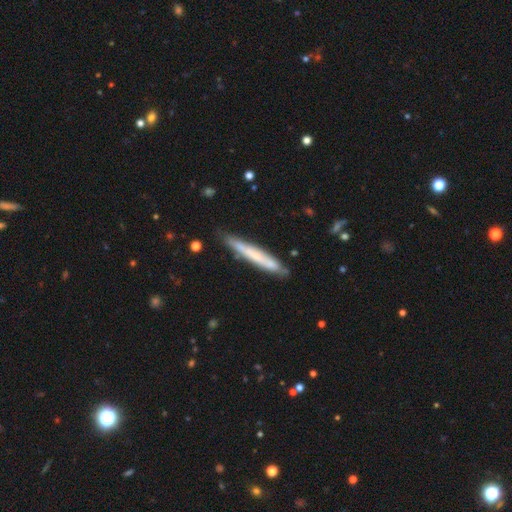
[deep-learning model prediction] smooth 48%, featured or disk 46%, star or artifact 6%. Down the decision tree: merging — none (79%).